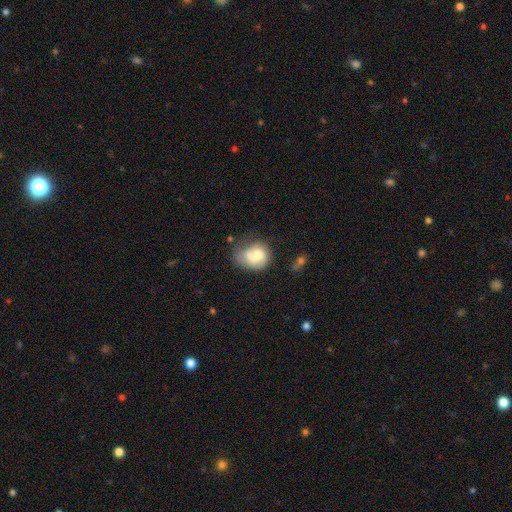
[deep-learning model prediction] Smooth or featured? Predicted: smooth (p=0.60). How rounded? Predicted: round (p=0.59). Merging? Predicted: merger (p=0.32).